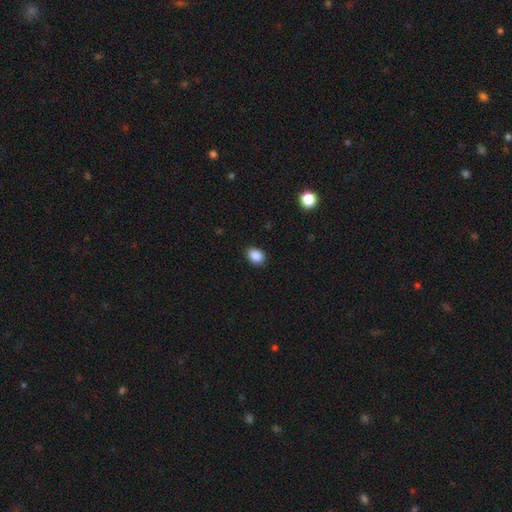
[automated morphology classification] Smooth or featured? smooth (88%)
How rounded? in between (68%)
Merging? none (88%)